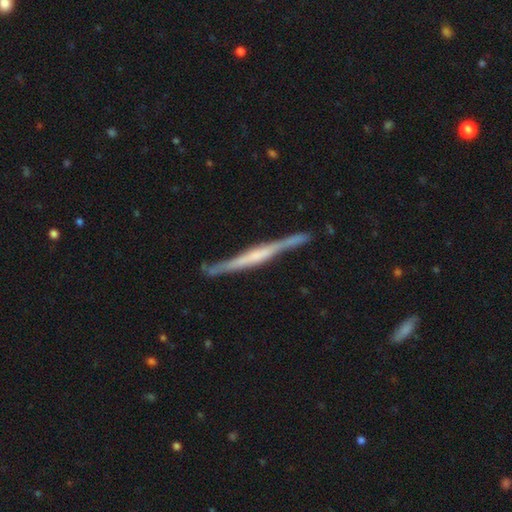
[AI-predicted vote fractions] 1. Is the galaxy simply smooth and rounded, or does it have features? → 75% featured or disk, 20% smooth, 5% star or artifact.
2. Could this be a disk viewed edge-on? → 96% yes, 4% no.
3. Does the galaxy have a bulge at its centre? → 35% rounded, 34% boxy, 31% none.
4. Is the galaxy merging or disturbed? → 81% none, 14% minor disturbance, 3% major disturbance, 2% merger.